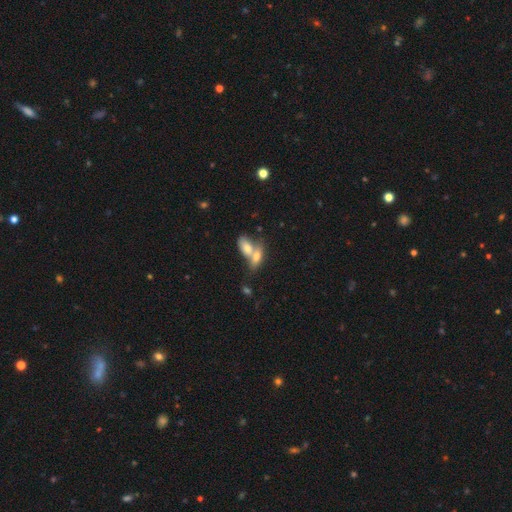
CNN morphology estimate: Overall: smooth (53%; featured or disk 36%). How rounded: in between (72%). Merging: merger (63%; none 26%).